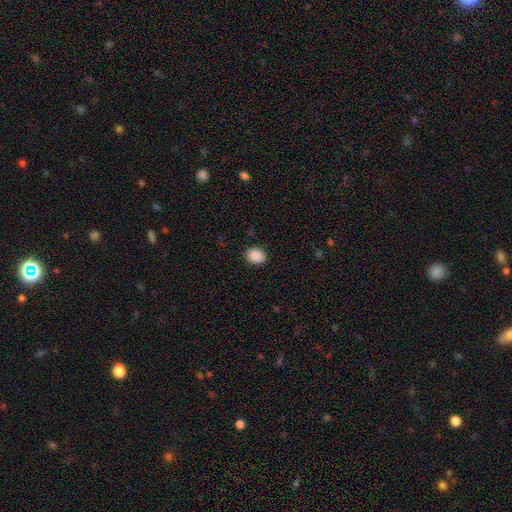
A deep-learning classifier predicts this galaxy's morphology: smooth-or-featured: smooth: 89% | star or artifact: 9% | featured or disk: 2%
  how-rounded: round: 59% | in between: 40% | cigar-shaped: 1%
  merging: none: 89% | minor disturbance: 8% | major disturbance: 2% | merger: 1%